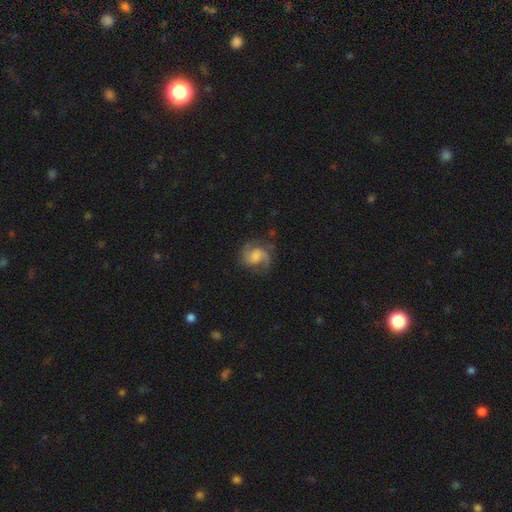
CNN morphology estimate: This is likely a featured or disk galaxy (72%). It is clearly not viewed edge-on (98%). Bar: possibly no (51%). Spiral arm pattern: clearly yes (94%). Spiral arm count: likely 2 (74%). Spiral winding: possibly medium (48%). Central bulge: marginally moderate (33%). Merging: likely none (65%).